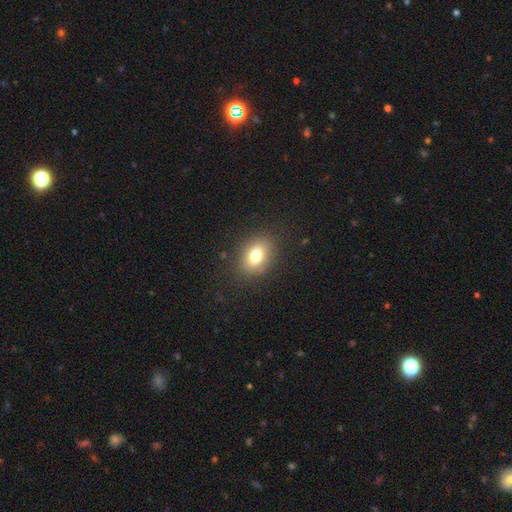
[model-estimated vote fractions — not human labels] A smooth galaxy with no disk features (77%) that is in between round and cigar-shaped (74%). Merging: none (85%).